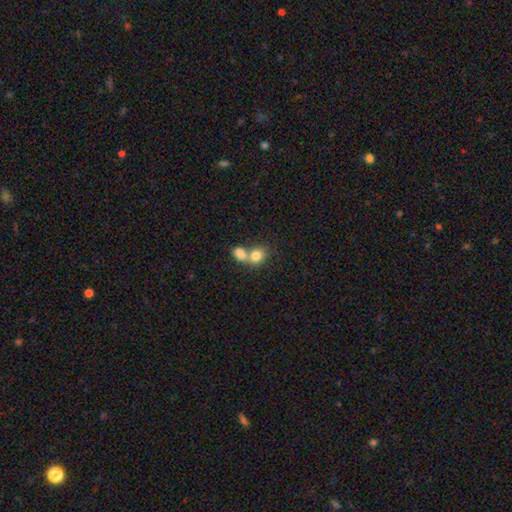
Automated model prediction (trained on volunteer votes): A smooth galaxy with no disk features (81%) that is round (63%).

Vote fractions:
- Smooth or featured? smooth: 81% / featured or disk: 10% / star or artifact: 9%
- How rounded? round: 63% / in between: 36% / cigar-shaped: 1%
- Merging? merger: 64% / none: 28% / minor disturbance: 6% / major disturbance: 3%